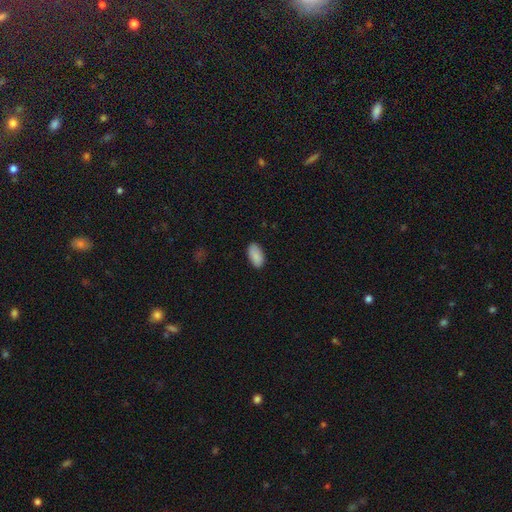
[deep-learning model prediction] Smooth or featured? smooth (89%)
How rounded? in between (95%)
Merging? none (86%)